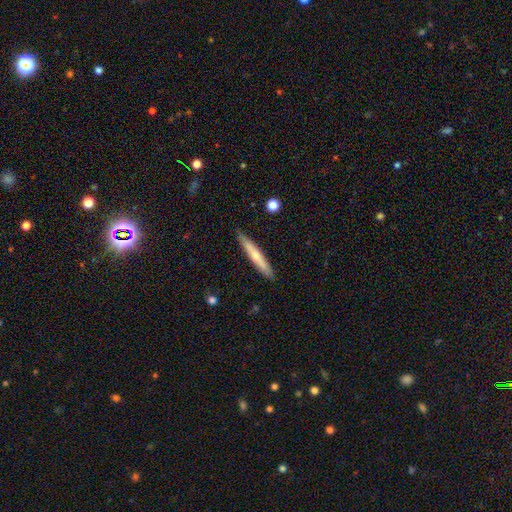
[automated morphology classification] Q: Smooth or featured?
A: smooth (54%); runner-up: featured or disk (40%)
Q: How rounded?
A: cigar-shaped (94%); runner-up: in between (5%)
Q: Merging?
A: none (88%); runner-up: minor disturbance (9%)